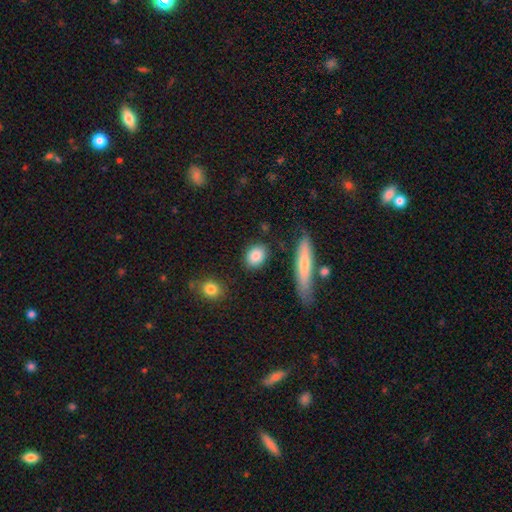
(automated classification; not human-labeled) This appears to be a smooth galaxy with no disk features (86%) that is in between round and cigar-shaped (59%). Merging: none (85%).